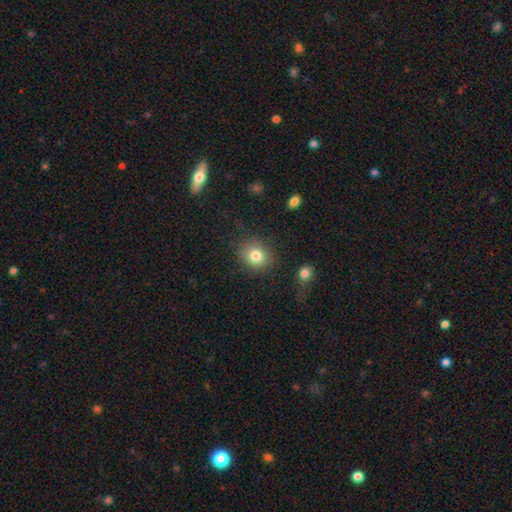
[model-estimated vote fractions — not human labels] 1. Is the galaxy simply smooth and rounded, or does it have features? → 81% smooth, 11% star or artifact, 8% featured or disk.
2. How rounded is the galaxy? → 75% round, 24% in between, 1% cigar-shaped.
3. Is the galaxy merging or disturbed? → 84% none, 10% minor disturbance, 4% major disturbance, 2% merger.